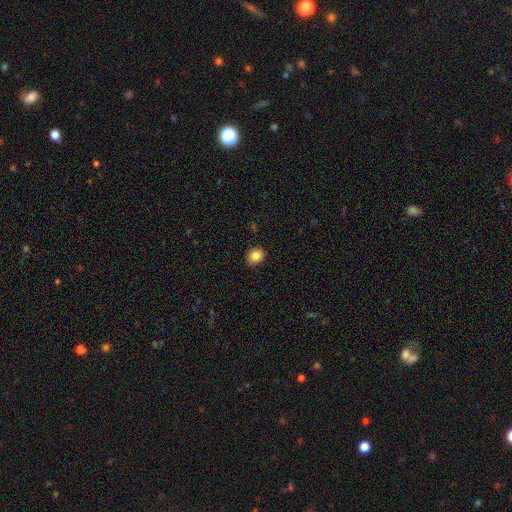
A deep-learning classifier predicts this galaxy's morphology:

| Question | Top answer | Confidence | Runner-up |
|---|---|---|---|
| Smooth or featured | smooth | 85% | star or artifact (10%) |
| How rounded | round | 62% | in between (37%) |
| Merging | none | 88% | minor disturbance (9%) |